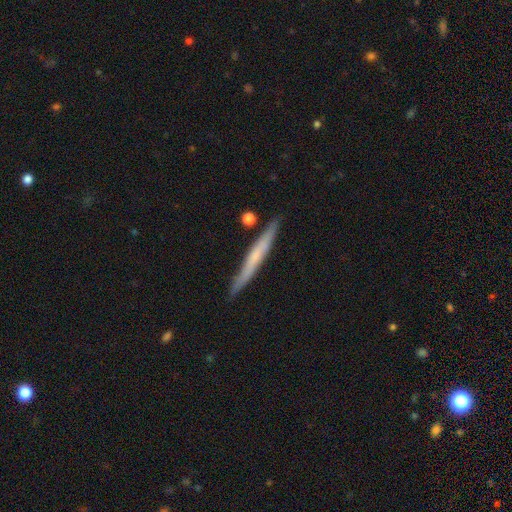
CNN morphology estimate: type=featured or disk (48%); merging=none (87%).